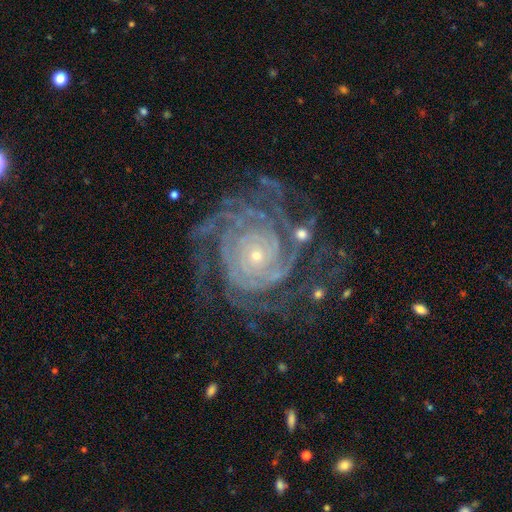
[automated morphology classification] A featured or disk galaxy (90%) with no bar (79%), 4 (23%) tight (80%) spiral arms (98%) and a small central bulge (82%).

Vote fractions:
- Smooth or featured? featured or disk: 90% / star or artifact: 6% / smooth: 4%
- Edge-on disk? no: 97% / yes: 3%
- Bar? no: 79% / weak: 14% / strong: 7%
- Spiral arms? yes: 98% / no: 2%
- Spiral winding? tight: 80% / medium: 17% / loose: 3%
- Spiral arm count? 4: 23% / more than 4: 21% / can't tell: 21% / 3: 15% / 2: 14% / 1: 7%
- Bulge size? small: 82% / moderate: 14% / large: 2% / none: 1% / dominant: 1%
- Merging? none: 66% / minor disturbance: 17% / major disturbance: 14% / merger: 3%